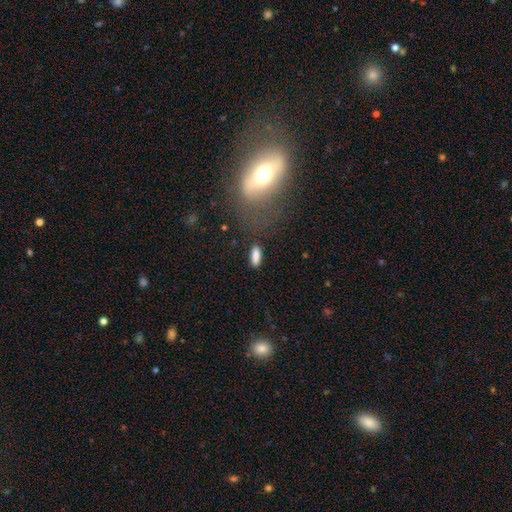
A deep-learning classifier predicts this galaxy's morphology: smooth_or_featured: smooth (p=0.86) [alt: star or artifact p=0.09]
how_rounded: in between (p=0.65) [alt: cigar-shaped p=0.31]
merging: none (p=0.82) [alt: minor disturbance p=0.11]